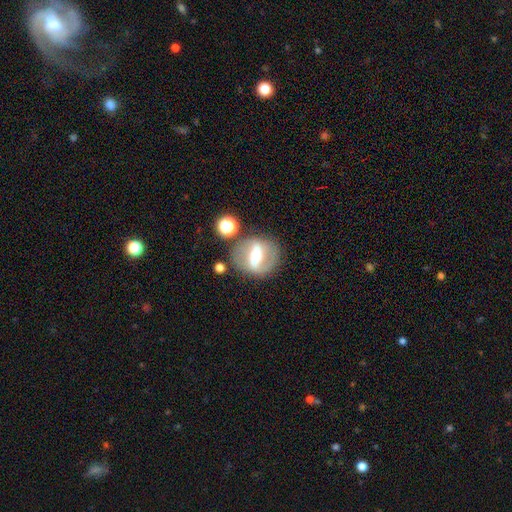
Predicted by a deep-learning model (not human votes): A featured or disk galaxy (63%) with a strong bar (70%), spiral arms (51%) and a moderate central bulge (43%).

Vote fractions:
- Smooth or featured? featured or disk: 63% / smooth: 28% / star or artifact: 8%
- Edge-on disk? no: 91% / yes: 9%
- Bar? strong: 70% / weak: 22% / no: 8%
- Spiral arms? yes: 51% / no: 49%
- Bulge size? moderate: 43% / large: 26% / small: 17% / none: 8% / dominant: 5%
- Merging? none: 70% / minor disturbance: 15% / major disturbance: 8% / merger: 7%